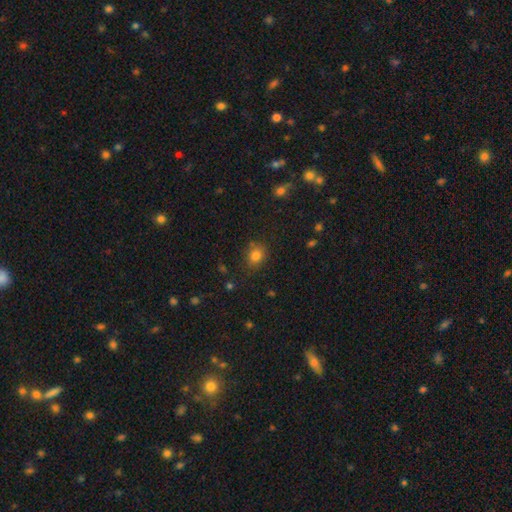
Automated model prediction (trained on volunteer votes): Overall: smooth (80%). How rounded: round (65%; in between 34%). Merging: none (78%).